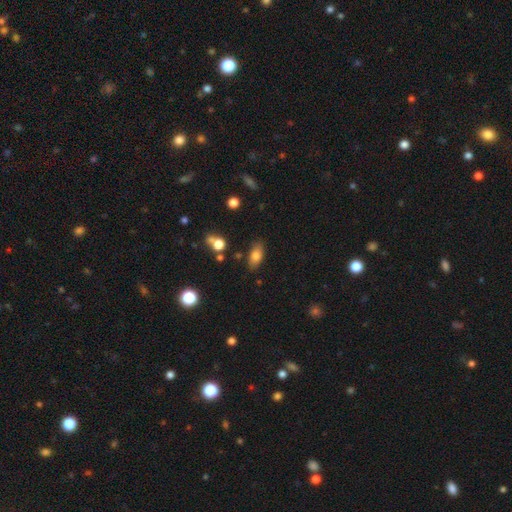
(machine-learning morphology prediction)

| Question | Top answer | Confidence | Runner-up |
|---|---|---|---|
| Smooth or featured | smooth | 77% | featured or disk (14%) |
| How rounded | in between | 84% | cigar-shaped (11%) |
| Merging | none | 80% | minor disturbance (13%) |